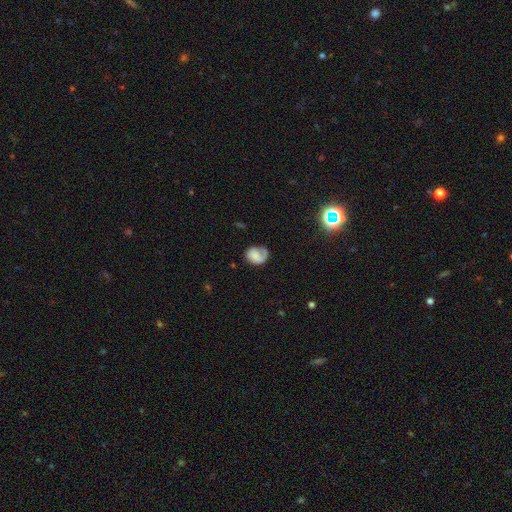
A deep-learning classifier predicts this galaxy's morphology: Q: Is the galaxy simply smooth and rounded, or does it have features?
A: smooth — 49%.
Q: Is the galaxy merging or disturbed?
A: none — 48%.